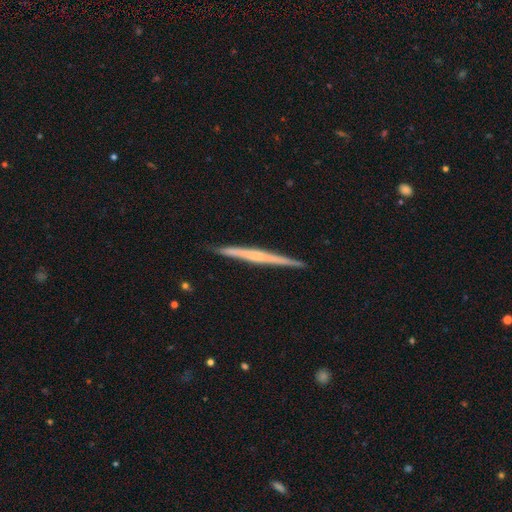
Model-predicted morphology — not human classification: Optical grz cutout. It shows a featured or disk galaxy (65%) viewed edge-on (98%) with no central bulge (64%). Merging: none (91%).